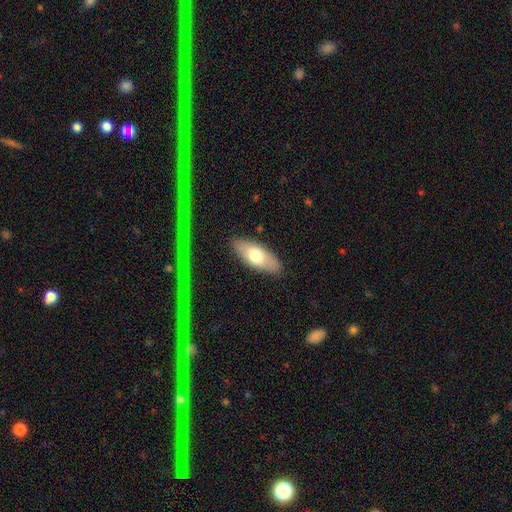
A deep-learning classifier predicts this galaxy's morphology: This appears to be a smooth galaxy with no disk features (69%) that is in between round and cigar-shaped (82%). Merging: none (86%).